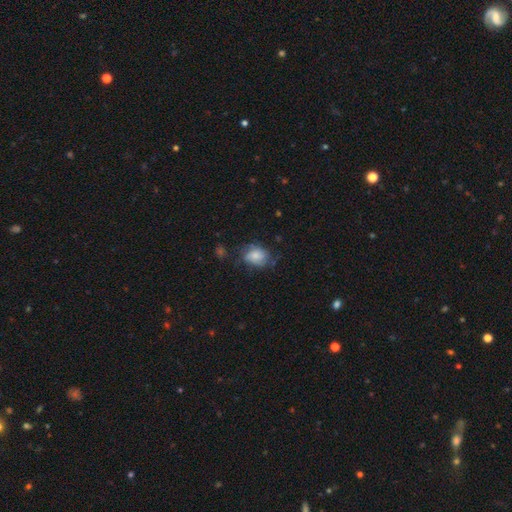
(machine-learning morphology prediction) A smooth galaxy with no disk features (64%) that is in between round and cigar-shaped (62%).

Vote fractions:
- Smooth or featured? smooth: 64% / featured or disk: 28% / star or artifact: 8%
- How rounded? in between: 62% / round: 36% / cigar-shaped: 1%
- Merging? none: 54% / minor disturbance: 30% / major disturbance: 15% / merger: 2%